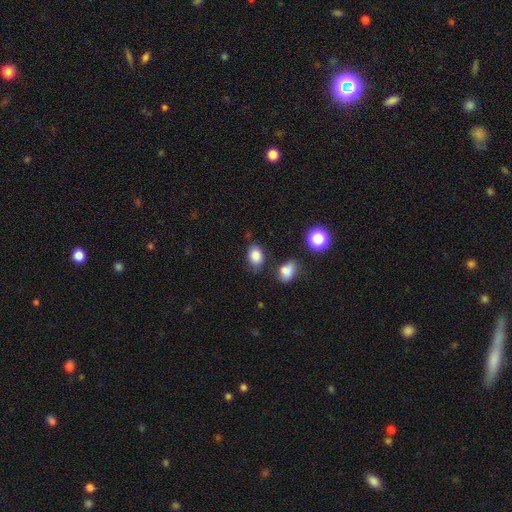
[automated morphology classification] A smooth galaxy with no disk features (84%) that is in between round and cigar-shaped (74%).

Vote fractions:
- Smooth or featured? smooth: 84% / star or artifact: 10% / featured or disk: 5%
- How rounded? in between: 74% / round: 25% / cigar-shaped: 1%
- Merging? none: 74% / minor disturbance: 16% / merger: 6% / major disturbance: 4%